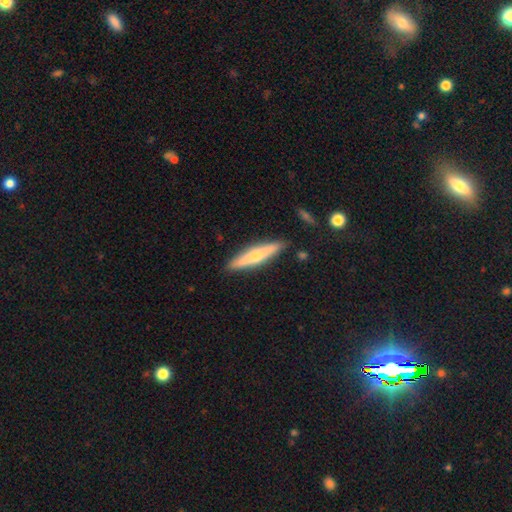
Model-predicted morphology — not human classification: smooth-or-featured: featured or disk: 53% | smooth: 41% | star or artifact: 6%
  disk-edge-on: yes: 95% | no: 5%
    edge-on-bulge: rounded: 86% | none: 10% | boxy: 4%
  merging: none: 88% | minor disturbance: 8% | major disturbance: 2% | merger: 2%